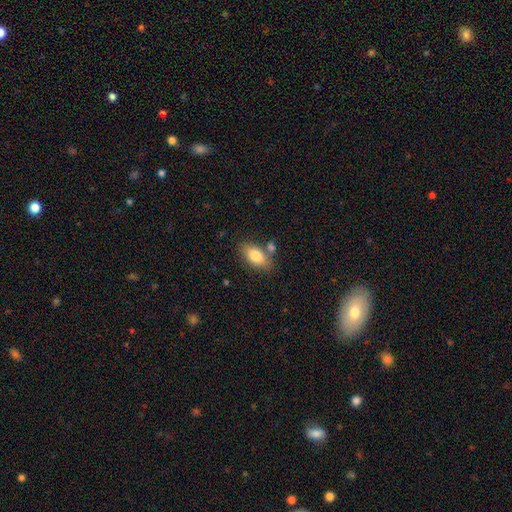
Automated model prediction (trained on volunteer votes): smooth_or_featured: smooth (p=0.81) [alt: featured or disk p=0.12]
how_rounded: in between (p=0.89) [alt: cigar-shaped p=0.06]
merging: none (p=0.70) [alt: minor disturbance p=0.14]